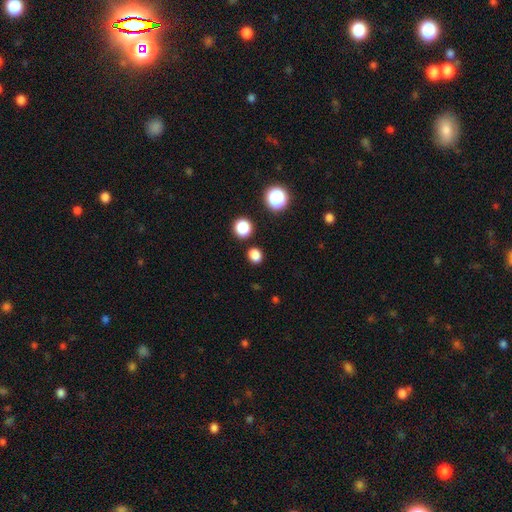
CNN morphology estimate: This is clearly a smooth galaxy (81%). How rounded: likely round (67%). Merging: clearly none (86%).